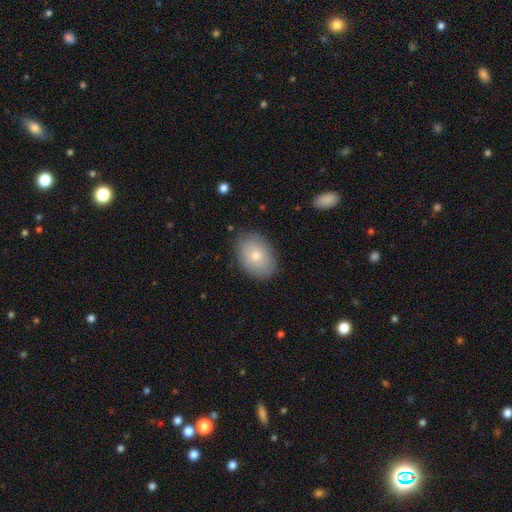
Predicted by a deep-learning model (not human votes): Q: Smooth or featured?
A: smooth (78%); runner-up: featured or disk (15%)
Q: How rounded?
A: in between (80%); runner-up: round (19%)
Q: Merging?
A: none (85%); runner-up: minor disturbance (11%)